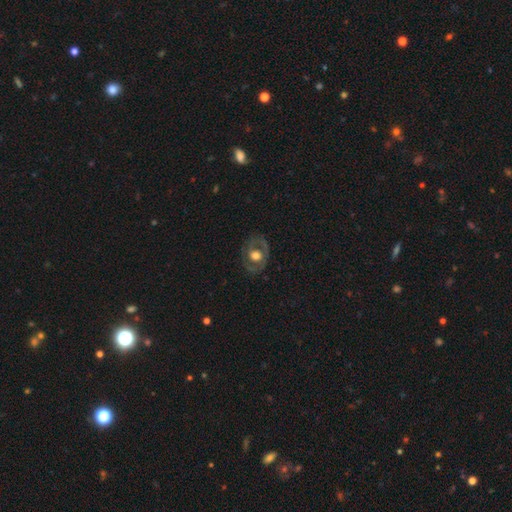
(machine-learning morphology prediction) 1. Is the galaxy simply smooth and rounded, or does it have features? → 60% featured or disk, 34% smooth, 7% star or artifact.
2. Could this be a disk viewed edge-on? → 95% no, 5% yes.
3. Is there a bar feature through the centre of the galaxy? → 76% no, 19% weak, 5% strong.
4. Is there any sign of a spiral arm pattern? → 63% no, 37% yes.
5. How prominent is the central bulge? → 57% moderate, 34% large, 5% small, 2% dominant, 1% none.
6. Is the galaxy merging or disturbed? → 75% none, 16% minor disturbance, 8% major disturbance, 1% merger.